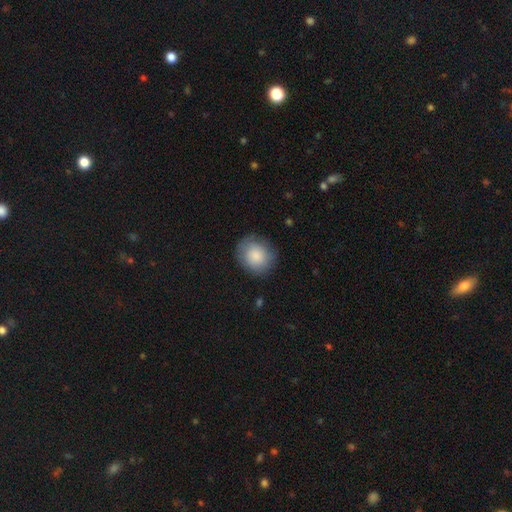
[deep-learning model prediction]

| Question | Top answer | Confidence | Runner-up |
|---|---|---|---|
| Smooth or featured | smooth | 86% | featured or disk (8%) |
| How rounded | round | 79% | in between (20%) |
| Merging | none | 82% | minor disturbance (13%) |